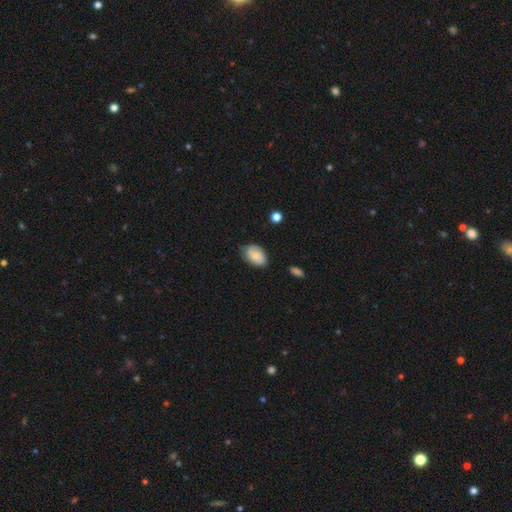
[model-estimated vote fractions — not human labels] This appears to be a smooth galaxy with no disk features (76%) that is in between round and cigar-shaped (88%). Merging: none (70%).